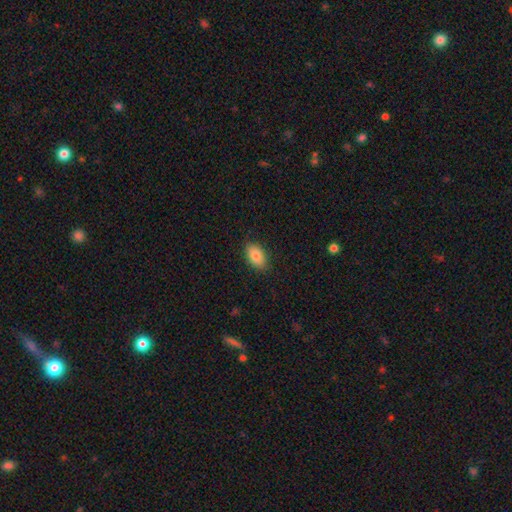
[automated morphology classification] smooth_or_featured: smooth (p=0.85) [alt: featured or disk p=0.07]
how_rounded: in between (p=0.91) [alt: round p=0.07]
merging: none (p=0.87) [alt: minor disturbance p=0.10]